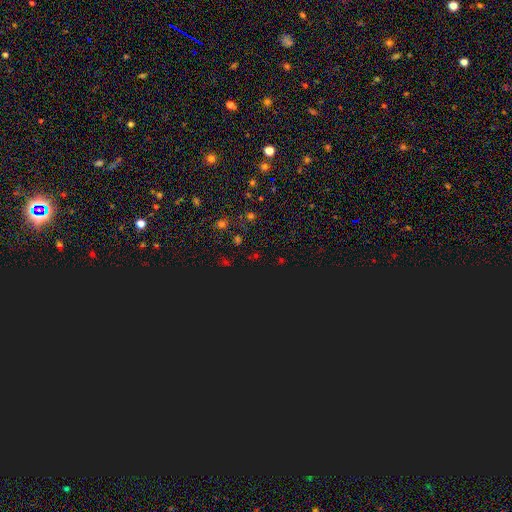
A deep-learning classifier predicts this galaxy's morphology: star or artifact 69%, smooth 24%, featured or disk 7%.